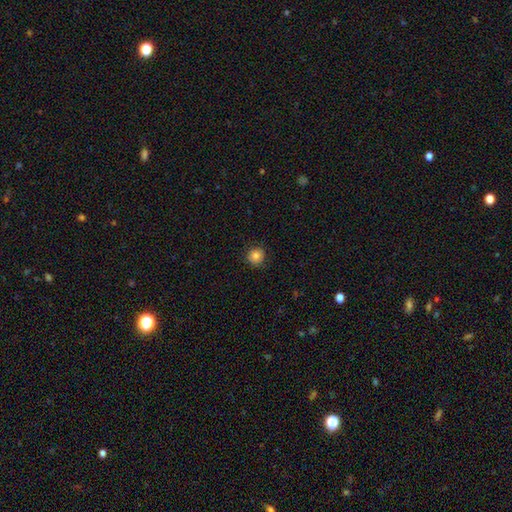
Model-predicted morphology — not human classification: Smooth or featured? smooth (81%)
How rounded? round (93%)
Merging? none (88%)